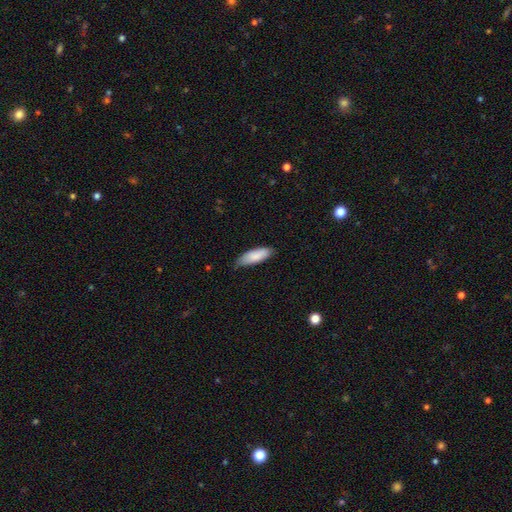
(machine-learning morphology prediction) smooth 85%, featured or disk 9%, star or artifact 5%. Down the decision tree: how rounded — in between (66%); merging — none (67%).